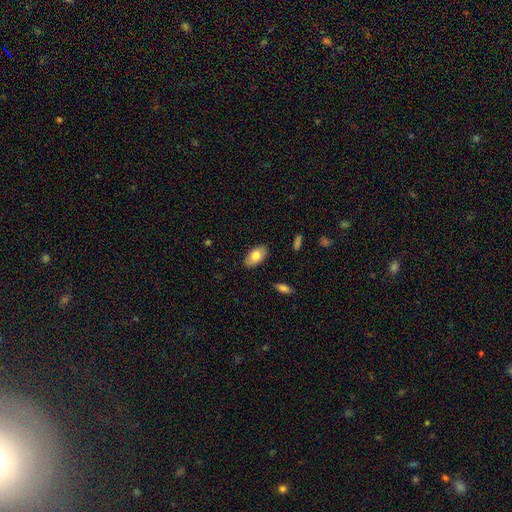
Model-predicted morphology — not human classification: A smooth galaxy with no disk features (80%) that is in between round and cigar-shaped (94%).

Vote fractions:
- Smooth or featured? smooth: 80% / featured or disk: 14% / star or artifact: 6%
- How rounded? in between: 94% / round: 4% / cigar-shaped: 2%
- Merging? none: 87% / minor disturbance: 10% / major disturbance: 2% / merger: 1%